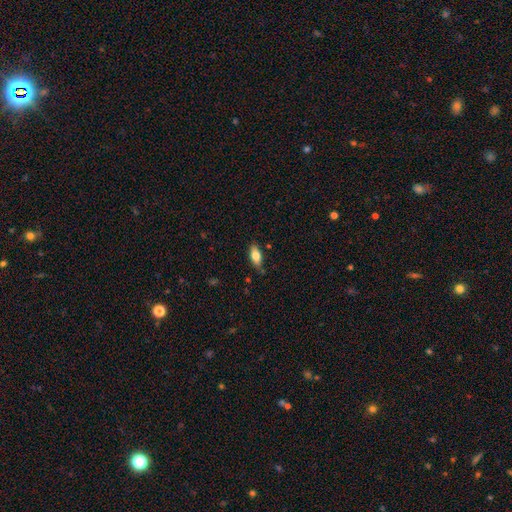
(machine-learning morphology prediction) The model was most divided on "smooth or featured": smooth: 77%, featured or disk: 17%, star or artifact: 7%. More confident: how rounded — in between (85%); merging — none (80%).